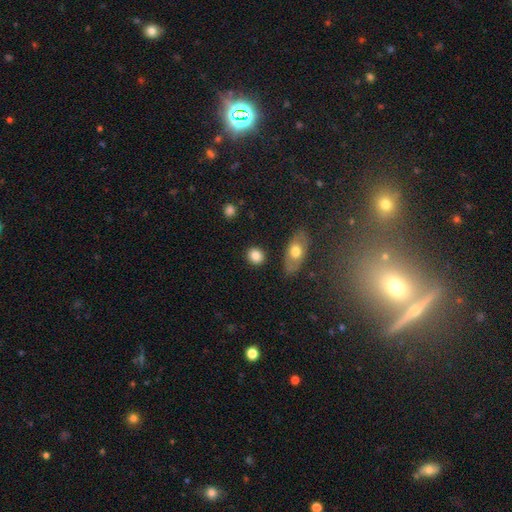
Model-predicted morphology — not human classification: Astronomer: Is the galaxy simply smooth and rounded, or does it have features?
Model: smooth — 84%.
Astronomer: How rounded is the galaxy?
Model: round — 72%.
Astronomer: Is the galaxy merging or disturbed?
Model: none — 86%.